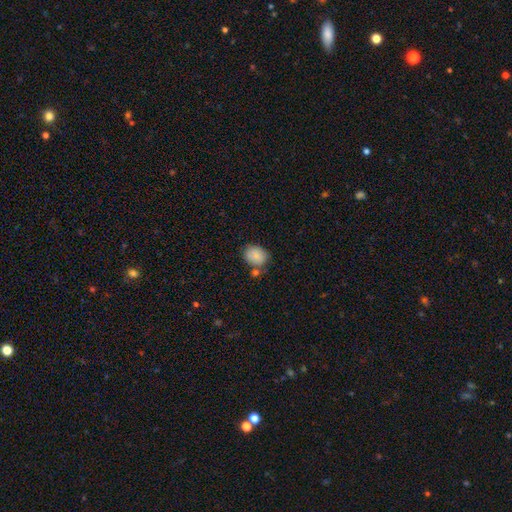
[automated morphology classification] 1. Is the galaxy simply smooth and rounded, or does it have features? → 86% smooth, 7% star or artifact, 7% featured or disk.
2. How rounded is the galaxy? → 60% in between, 39% round, 1% cigar-shaped.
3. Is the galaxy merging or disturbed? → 64% none, 18% minor disturbance, 13% merger, 5% major disturbance.